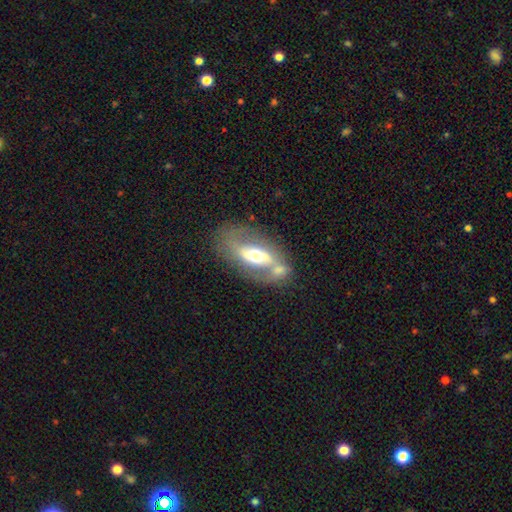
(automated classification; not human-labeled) Smooth or featured? Predicted: featured or disk (p=0.60). Edge-on disk? Predicted: no (p=0.83). Merging? Predicted: none (p=0.46).